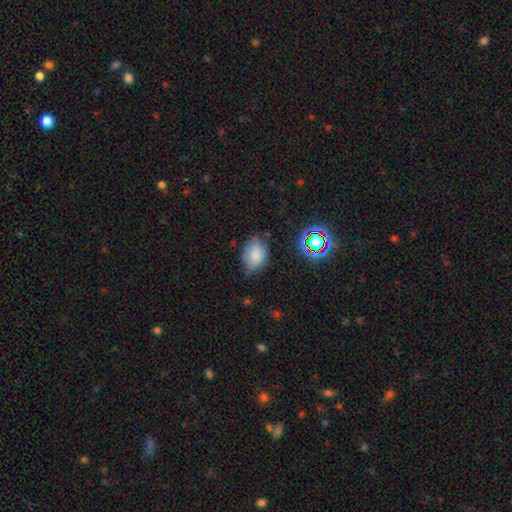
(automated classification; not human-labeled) The model was most divided on "merging": none: 61%, minor disturbance: 30%, major disturbance: 7%, merger: 2%. More confident: how rounded — in between (78%); smooth or featured — smooth (76%).